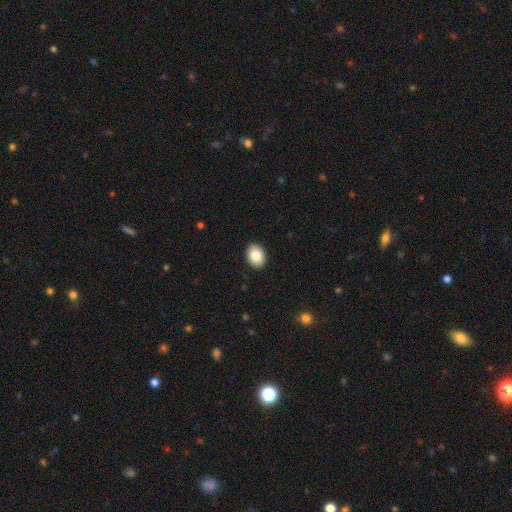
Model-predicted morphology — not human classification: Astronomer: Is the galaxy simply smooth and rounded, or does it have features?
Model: smooth — 85%.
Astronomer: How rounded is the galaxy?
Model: in between — 61% (runner-up: round, 38%).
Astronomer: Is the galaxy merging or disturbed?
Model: none — 91%.